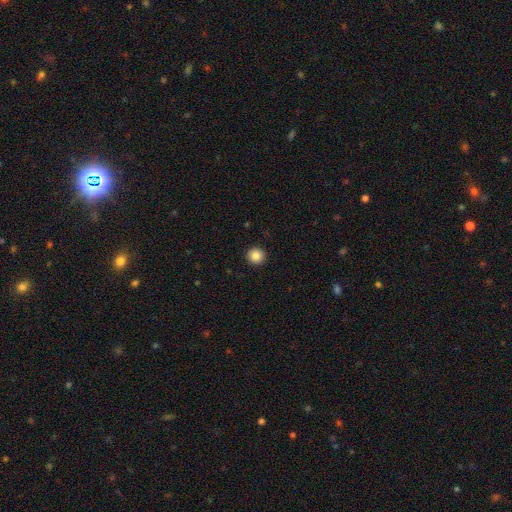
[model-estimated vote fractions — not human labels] This appears to be a smooth galaxy with no disk features (85%) that is round (95%). Merging: none (93%).